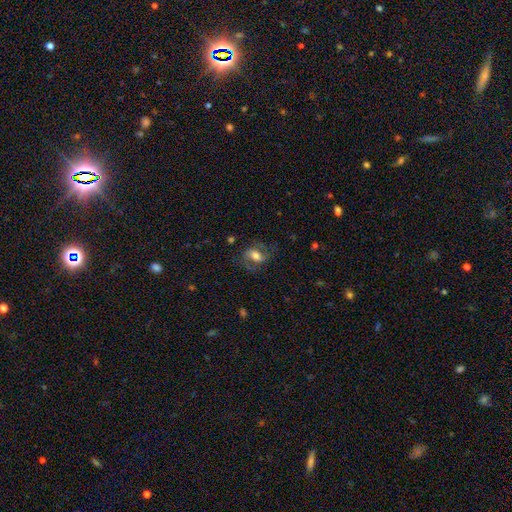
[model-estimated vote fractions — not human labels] Smooth or featured? featured or disk (48%)
Merging? none (66%)